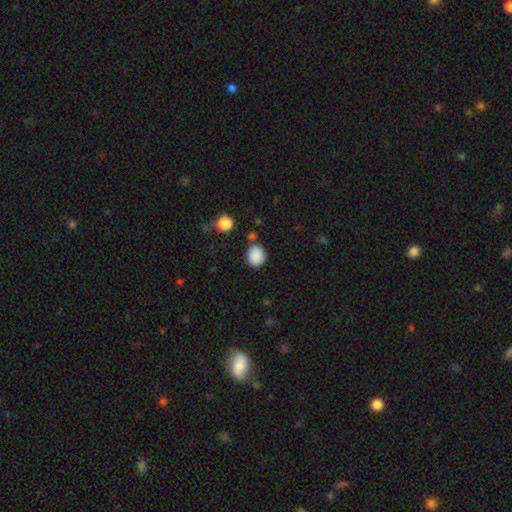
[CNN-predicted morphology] smooth 87%, star or artifact 9%, featured or disk 3%. Down the decision tree: how rounded — round (66%); merging — none (78%).